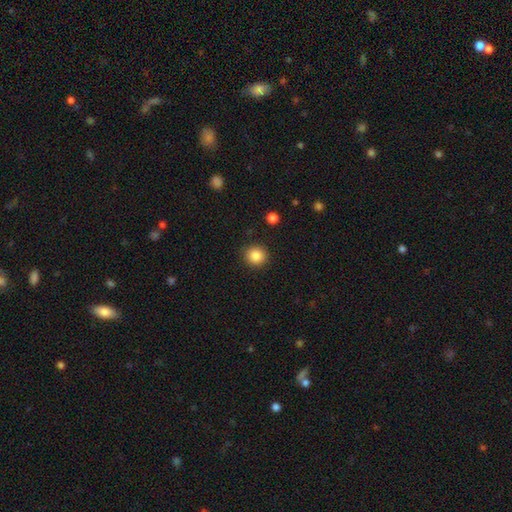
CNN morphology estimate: Smooth or featured?
  - smooth: 85% *
  - star or artifact: 10%
  - featured or disk: 5%
How rounded?
  - round: 91% *
  - in between: 8%
  - cigar-shaped: 1%
Merging?
  - none: 91% *
  - minor disturbance: 6%
  - major disturbance: 2%
  - merger: 1%